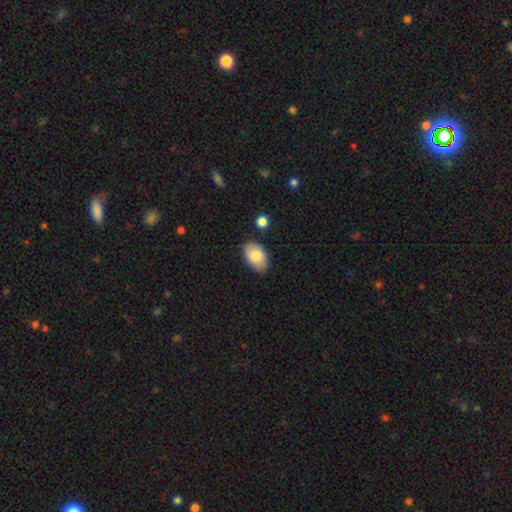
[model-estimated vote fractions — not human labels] Overall: smooth (82%). How rounded: in between (93%). Merging: none (79%).